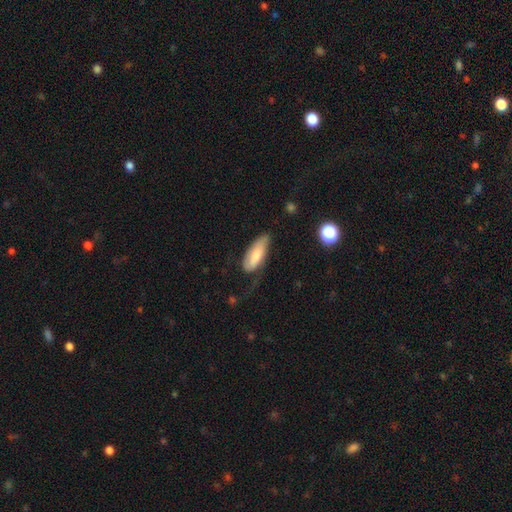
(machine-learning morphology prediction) This appears to be a smooth galaxy with no disk features (72%) that is in between round and cigar-shaped (75%). Merging: none (40%).